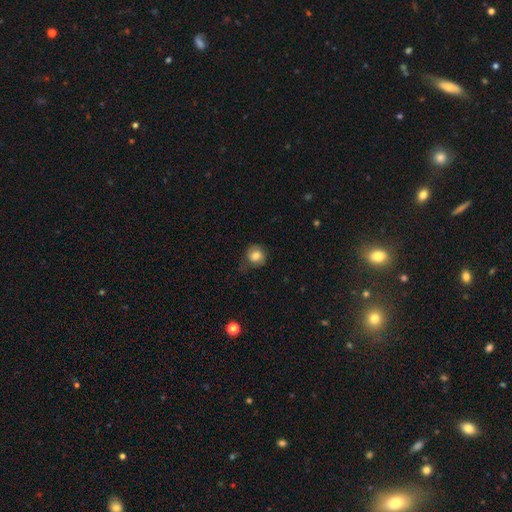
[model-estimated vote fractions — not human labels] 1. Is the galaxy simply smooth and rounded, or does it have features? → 79% smooth, 12% featured or disk, 9% star or artifact.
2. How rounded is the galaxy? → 83% round, 16% in between, 1% cigar-shaped.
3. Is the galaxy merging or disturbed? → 69% none, 22% minor disturbance, 8% major disturbance, 1% merger.